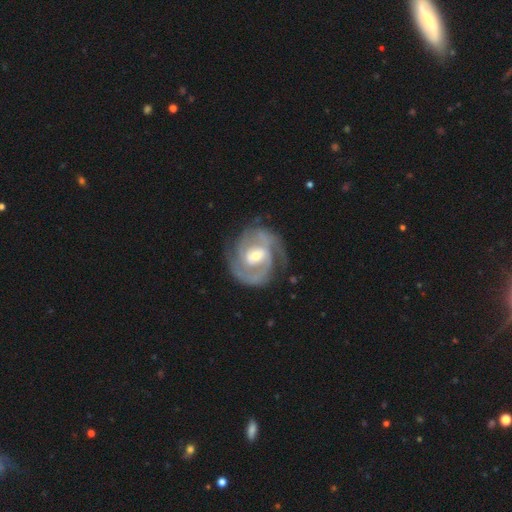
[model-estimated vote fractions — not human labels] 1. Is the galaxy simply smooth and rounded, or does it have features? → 90% featured or disk, 6% smooth, 4% star or artifact.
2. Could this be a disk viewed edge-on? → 98% no, 2% yes.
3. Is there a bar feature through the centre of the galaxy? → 42% no, 41% weak, 17% strong.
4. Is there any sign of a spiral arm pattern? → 97% yes, 3% no.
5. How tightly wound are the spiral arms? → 56% tight, 37% medium, 6% loose.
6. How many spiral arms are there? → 68% 2, 13% 3, 9% can't tell, 3% 1, 3% 4, 3% more than 4.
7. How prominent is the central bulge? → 54% moderate, 40% small, 4% large, 1% none, 1% dominant.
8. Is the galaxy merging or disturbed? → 74% none, 16% minor disturbance, 8% major disturbance, 2% merger.